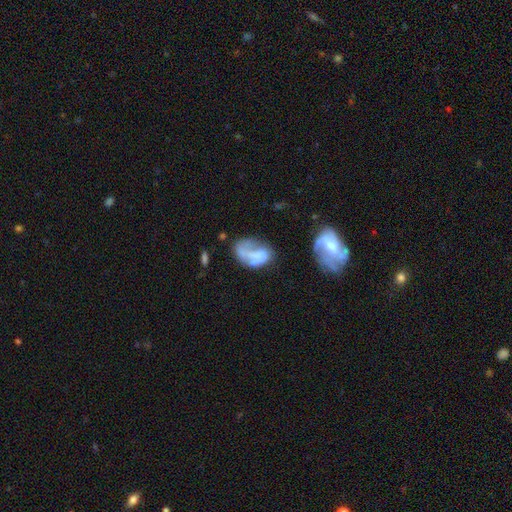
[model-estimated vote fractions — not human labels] Morphology: type=smooth (50%); merging=major disturbance (36%).